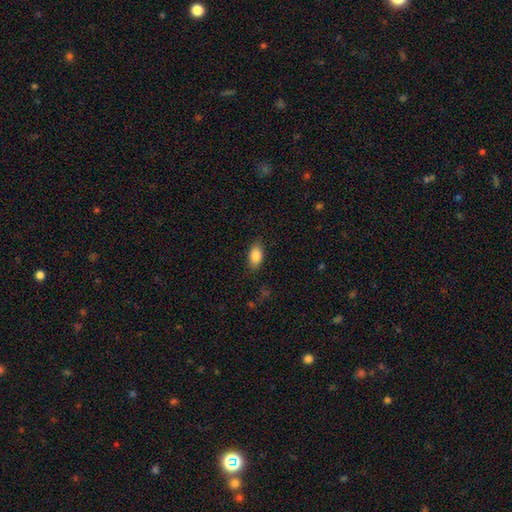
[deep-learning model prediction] smooth_or_featured: smooth (p=0.86) [alt: star or artifact p=0.08]
how_rounded: in between (p=0.89) [alt: round p=0.07]
merging: none (p=0.83) [alt: minor disturbance p=0.13]